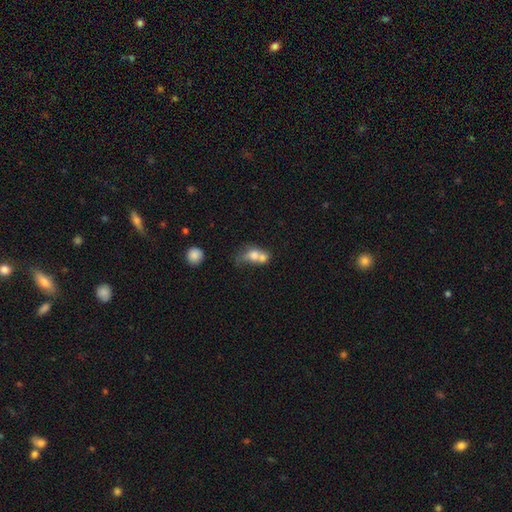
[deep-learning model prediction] Smooth or featured: smooth — 68% (featured or disk — 23%)
How rounded: in between — 56% (round — 42%)
Merging: merger — 67% (none — 16%)